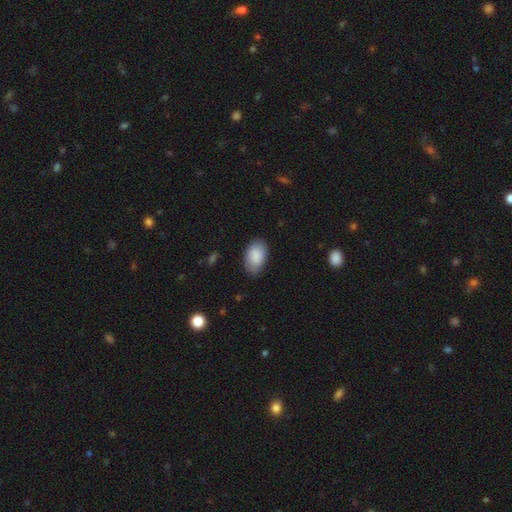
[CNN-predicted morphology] Smooth or featured: smooth — 87% (featured or disk — 7%)
How rounded: in between — 93% (round — 6%)
Merging: none — 80% (minor disturbance — 16%)